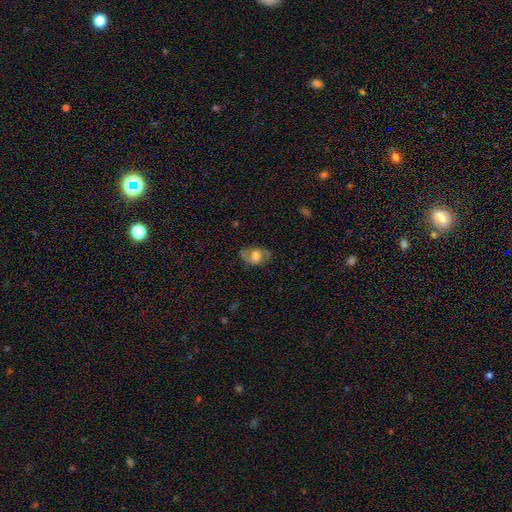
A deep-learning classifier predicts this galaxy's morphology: type=featured or disk (51%); edge-on=no (91%); merging=none (68%).